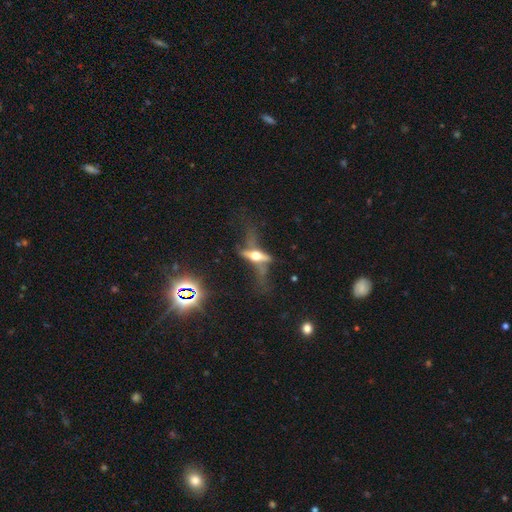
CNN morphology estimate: The model was most divided on "merging": none: 44%, major disturbance: 29%, minor disturbance: 20%, merger: 7%. More confident: edge-on bulge — rounded (94%); edge-on disk — yes (82%); smooth or featured — featured or disk (69%).